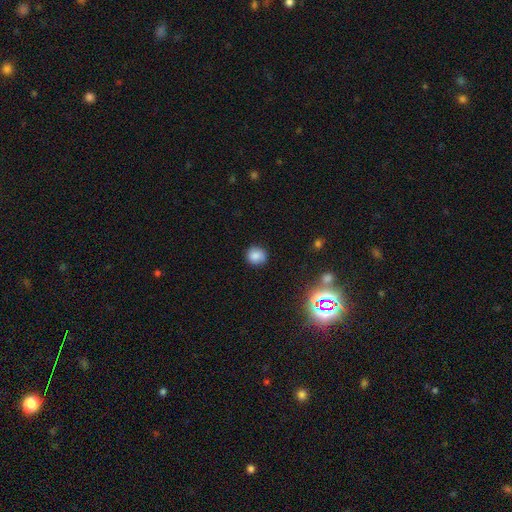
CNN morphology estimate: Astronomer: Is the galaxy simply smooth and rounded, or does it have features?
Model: smooth — 83%.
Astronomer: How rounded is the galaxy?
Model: round — 87%.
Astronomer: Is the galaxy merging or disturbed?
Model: none — 87%.